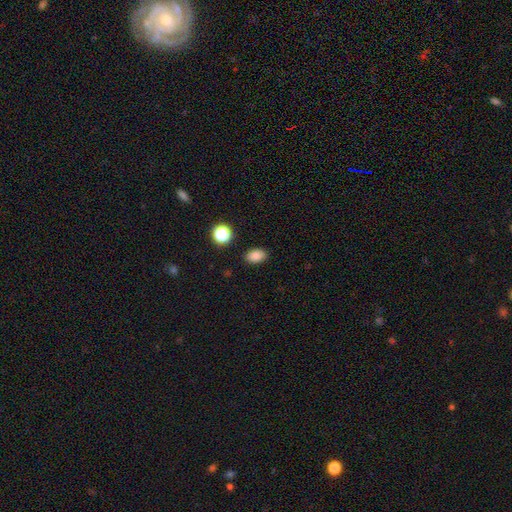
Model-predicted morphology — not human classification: This is clearly a smooth galaxy (85%). How rounded: clearly in between (83%). Merging: clearly none (88%).